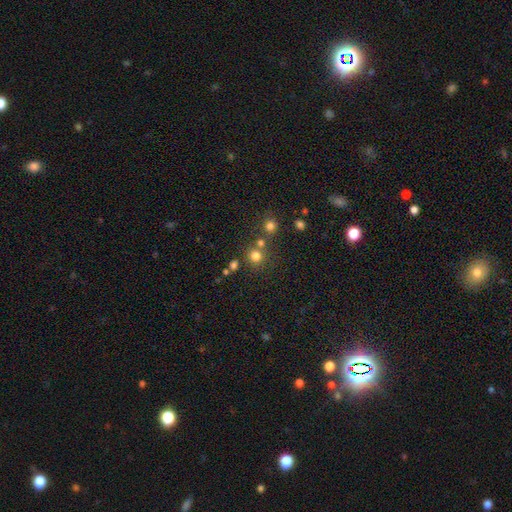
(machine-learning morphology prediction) The model was most divided on "merging": none: 68%, merger: 21%, minor disturbance: 8%, major disturbance: 3%. More confident: how rounded — round (89%); smooth or featured — smooth (76%).